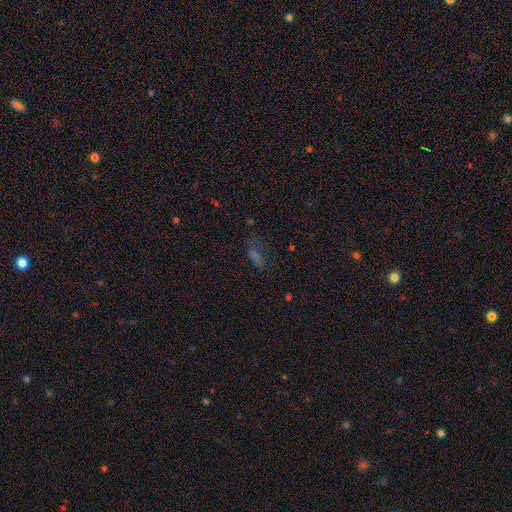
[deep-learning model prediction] A smooth galaxy with no disk features (51%) that is in between round and cigar-shaped (66%). Merging: none (62%).